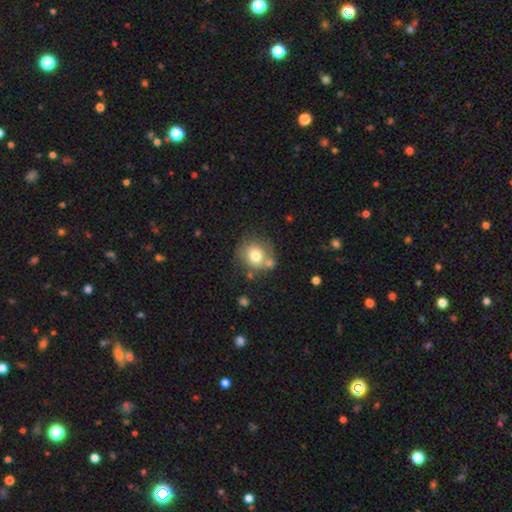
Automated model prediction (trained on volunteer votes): smooth 73%, featured or disk 17%, star or artifact 10%. Down the decision tree: how rounded — round (84%); merging — none (62%).